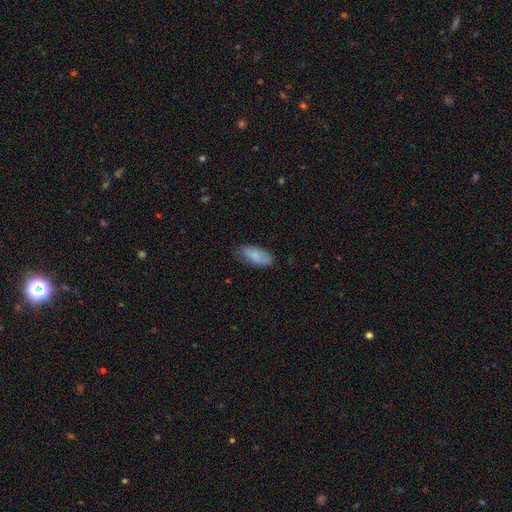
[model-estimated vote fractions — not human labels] smooth-or-featured: smooth: 82% | featured or disk: 12% | star or artifact: 6%
  how-rounded: in between: 86% | cigar-shaped: 12% | round: 2%
  merging: none: 73% | minor disturbance: 22% | major disturbance: 4% | merger: 1%